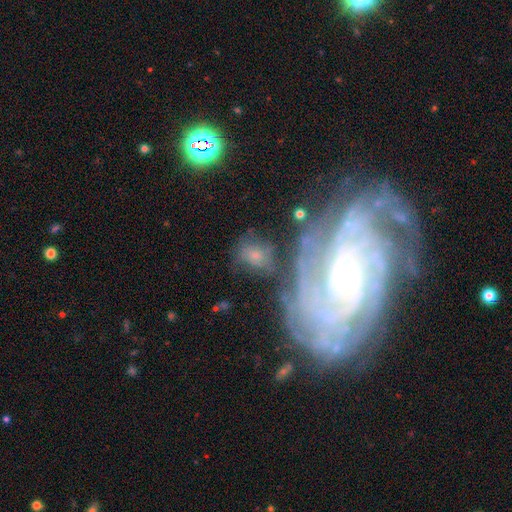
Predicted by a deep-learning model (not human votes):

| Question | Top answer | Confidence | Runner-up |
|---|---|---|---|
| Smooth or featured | smooth | 44% | featured or disk (40%) |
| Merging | none | 51% | minor disturbance (21%) |